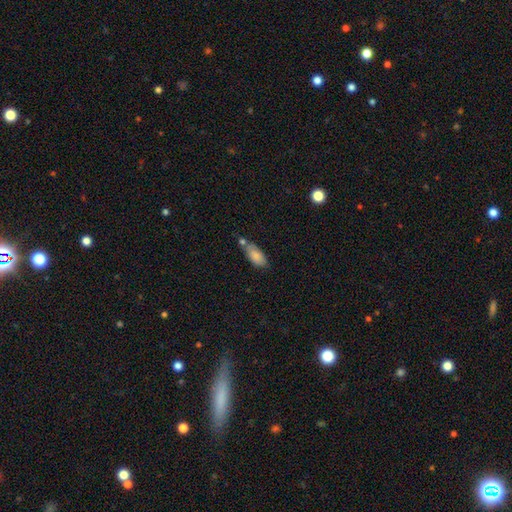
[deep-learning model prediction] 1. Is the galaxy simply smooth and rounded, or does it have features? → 83% smooth, 10% featured or disk, 7% star or artifact.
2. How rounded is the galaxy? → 87% in between, 10% cigar-shaped, 2% round.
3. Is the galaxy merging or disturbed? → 49% none, 24% merger, 22% minor disturbance, 6% major disturbance.